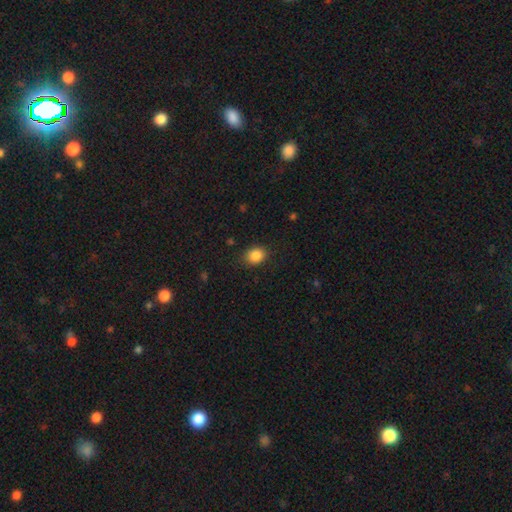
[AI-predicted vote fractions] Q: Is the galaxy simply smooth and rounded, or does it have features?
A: smooth — 86%.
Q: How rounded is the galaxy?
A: round — 54%.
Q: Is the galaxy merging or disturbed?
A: none — 84%.